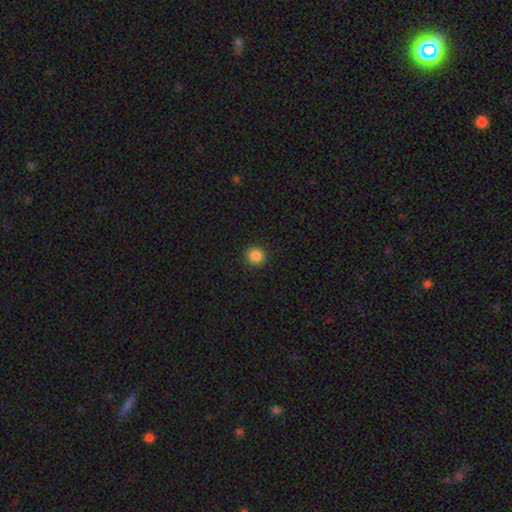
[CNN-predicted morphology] type=smooth (86%); roundness=round (91%); merging=none (91%).